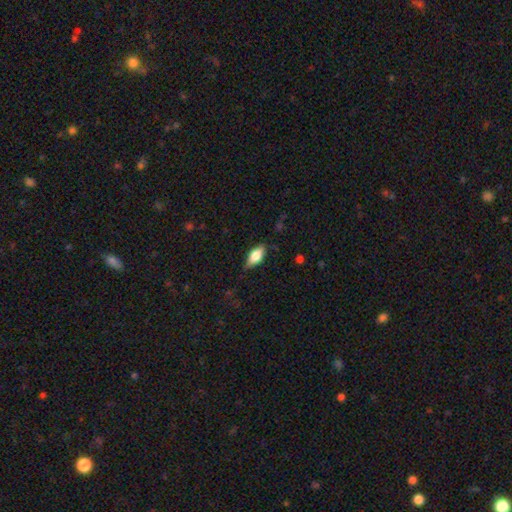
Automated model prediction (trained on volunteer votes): A smooth galaxy with no disk features (67%) that is in between round and cigar-shaped (84%).

Vote fractions:
- Smooth or featured? smooth: 67% / featured or disk: 26% / star or artifact: 7%
- How rounded? in between: 84% / cigar-shaped: 12% / round: 4%
- Merging? none: 78% / minor disturbance: 17% / major disturbance: 4% / merger: 1%